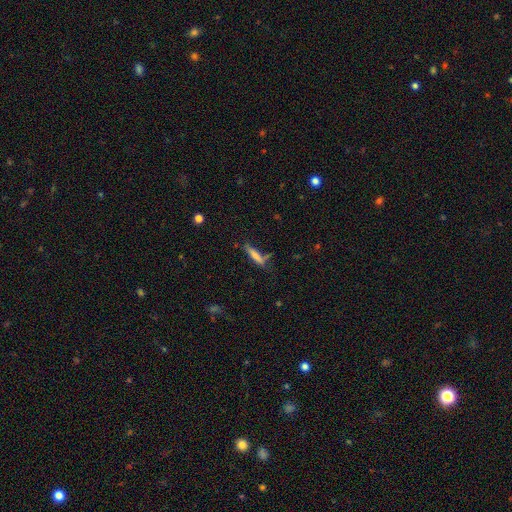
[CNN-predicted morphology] The model was most divided on "smooth or featured": smooth: 60%, featured or disk: 32%, star or artifact: 9%. More confident: how rounded — cigar-shaped (86%); merging — none (60%).